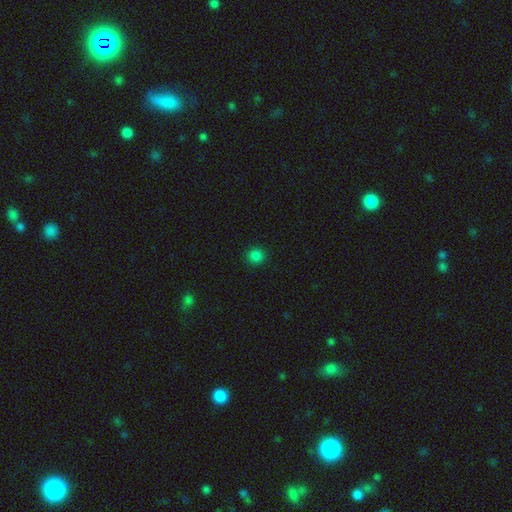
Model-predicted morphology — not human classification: Smooth or featured? Predicted: smooth (p=0.83). How rounded? Predicted: round (p=0.91). Merging? Predicted: none (p=0.92).